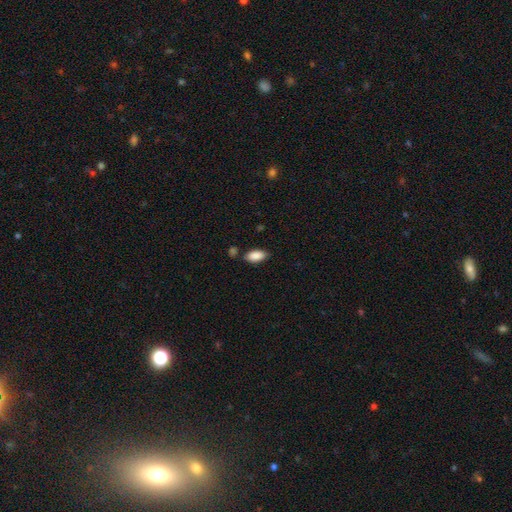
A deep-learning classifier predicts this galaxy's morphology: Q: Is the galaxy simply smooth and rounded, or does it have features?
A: smooth — 88%.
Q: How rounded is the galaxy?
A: in between — 91%.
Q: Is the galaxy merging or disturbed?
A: none — 79%.